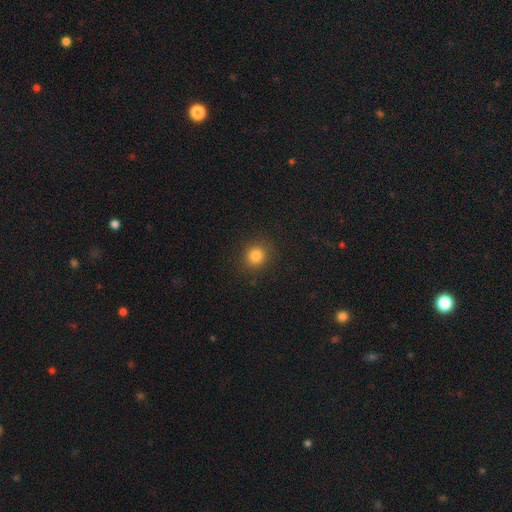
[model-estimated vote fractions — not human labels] A smooth galaxy with no disk features (82%) that is round (84%).

Vote fractions:
- Smooth or featured? smooth: 82% / star or artifact: 12% / featured or disk: 5%
- How rounded? round: 84% / in between: 15% / cigar-shaped: 1%
- Merging? none: 89% / minor disturbance: 7% / major disturbance: 3% / merger: 1%